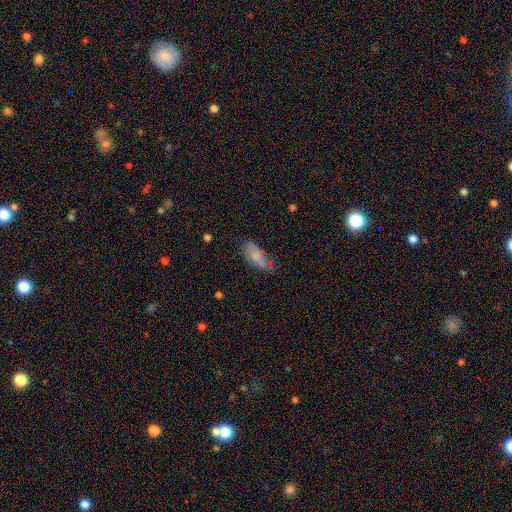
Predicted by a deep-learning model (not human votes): A smooth galaxy with no disk features (70%) that is in between round and cigar-shaped (83%). Merging: none (44%).